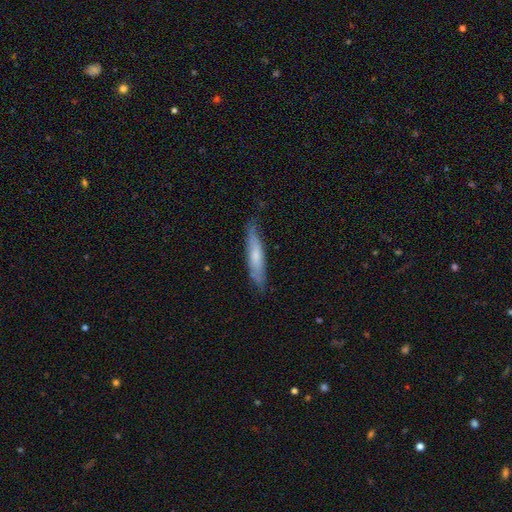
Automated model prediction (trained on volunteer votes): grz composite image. It shows a smooth galaxy with no disk features (58%) that is cigar-shaped (86%). Merging: none (75%).